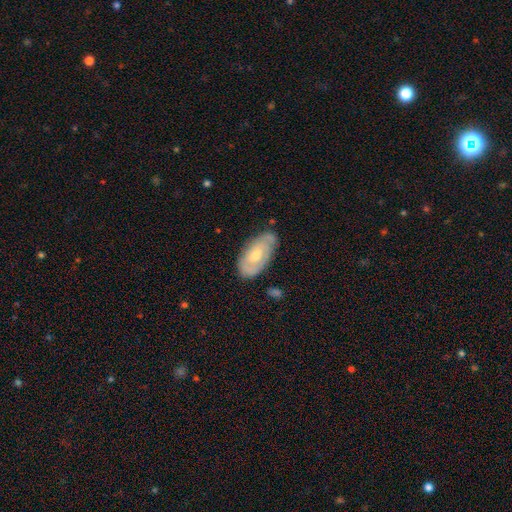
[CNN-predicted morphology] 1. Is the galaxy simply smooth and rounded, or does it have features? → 57% featured or disk, 37% smooth, 6% star or artifact.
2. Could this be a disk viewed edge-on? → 91% no, 9% yes.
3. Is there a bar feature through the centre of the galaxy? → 65% no, 29% weak, 5% strong.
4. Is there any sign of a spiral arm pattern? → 71% yes, 29% no.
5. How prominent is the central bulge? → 50% moderate, 46% small, 2% large, 2% none, 1% dominant.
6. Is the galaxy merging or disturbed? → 68% none, 24% minor disturbance, 5% major disturbance, 2% merger.